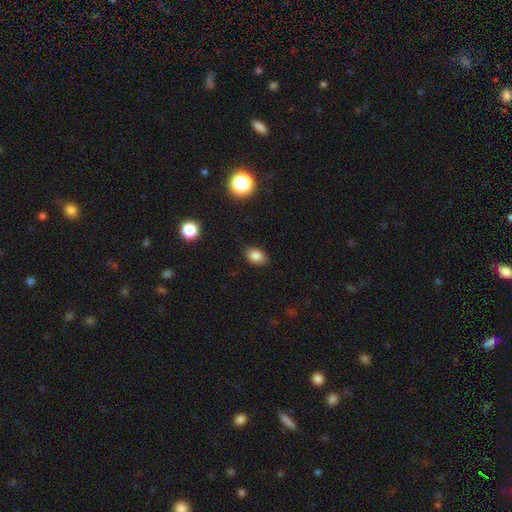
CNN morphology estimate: This is clearly a smooth galaxy (84%). How rounded: likely in between (78%). Merging: clearly none (87%).